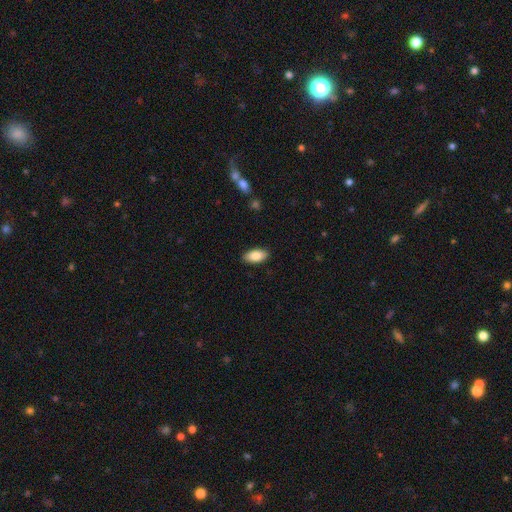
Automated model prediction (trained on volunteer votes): Q: Smooth or featured?
A: smooth (85%); runner-up: featured or disk (9%)
Q: How rounded?
A: in between (91%); runner-up: cigar-shaped (6%)
Q: Merging?
A: none (89%); runner-up: minor disturbance (8%)